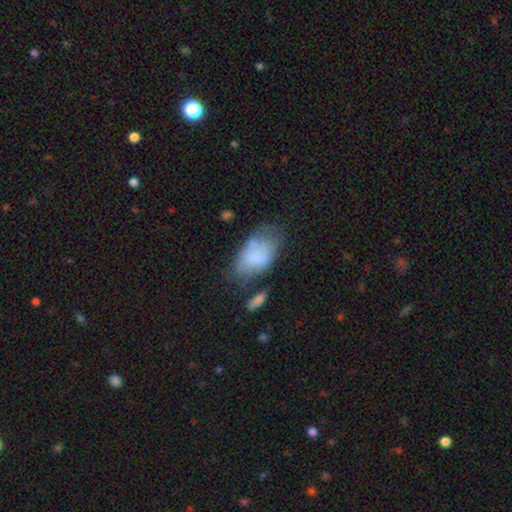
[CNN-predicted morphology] smooth 69%, featured or disk 23%, star or artifact 8%. Down the decision tree: how rounded — in between (92%); merging — none (38%).